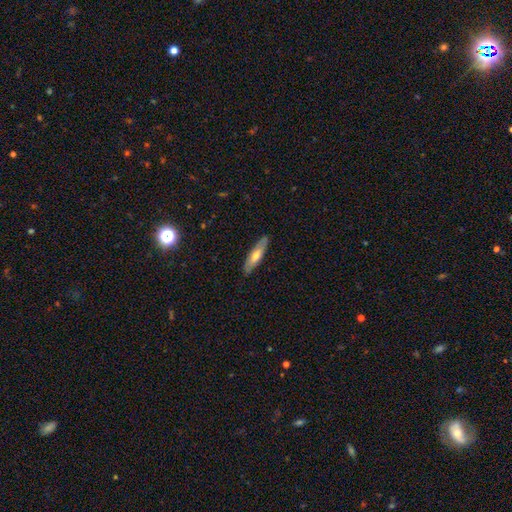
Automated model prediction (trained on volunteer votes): The model was most divided on "smooth or featured": smooth: 55%, featured or disk: 39%, star or artifact: 6%. More confident: merging — none (86%); how rounded — cigar-shaped (67%).